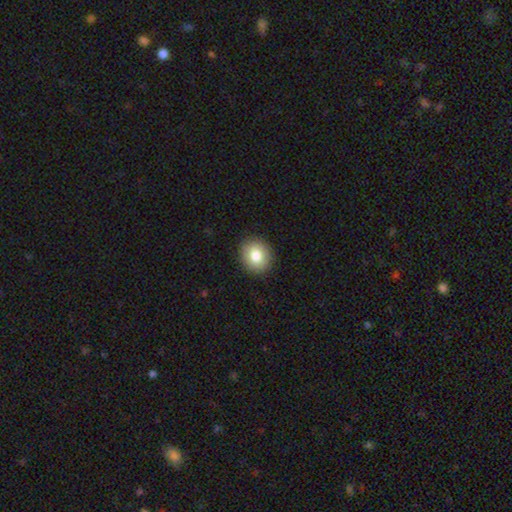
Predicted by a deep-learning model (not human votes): smooth 82%, featured or disk 10%, star or artifact 9%. Down the decision tree: how rounded — round (76%); merging — none (91%).